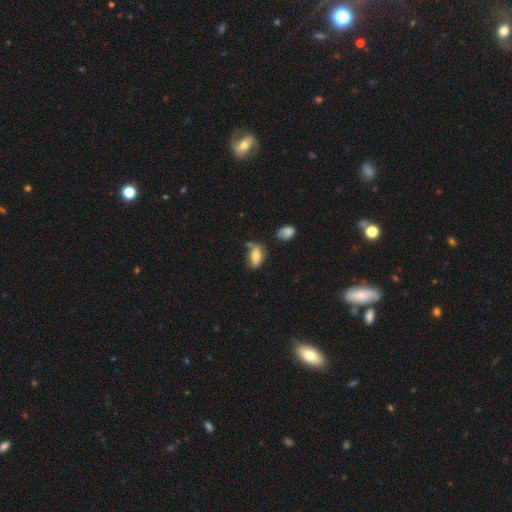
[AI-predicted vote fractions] Smooth or featured: smooth — 74% (featured or disk — 18%)
How rounded: in between — 89% (round — 6%)
Merging: none — 51% (minor disturbance — 29%)